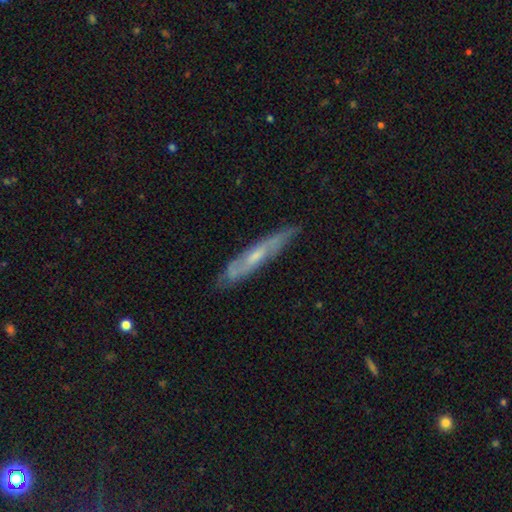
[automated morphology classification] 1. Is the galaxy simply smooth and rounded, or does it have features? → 63% featured or disk, 31% smooth, 6% star or artifact.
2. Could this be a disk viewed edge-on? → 58% yes, 42% no.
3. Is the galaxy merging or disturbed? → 75% none, 19% minor disturbance, 4% major disturbance, 2% merger.